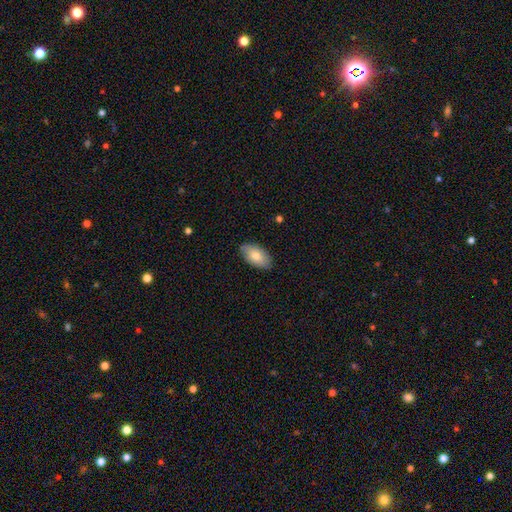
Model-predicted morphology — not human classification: Overall: smooth (77%). How rounded: in between (94%). Merging: none (84%).